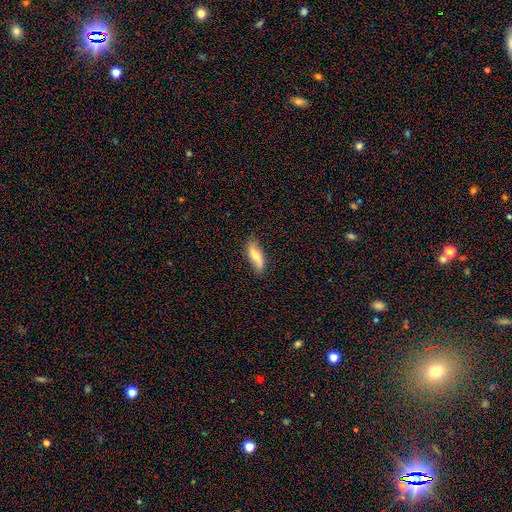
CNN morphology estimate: The model was most divided on "smooth or featured": smooth: 49%, featured or disk: 44%, star or artifact: 7%. More confident: merging — none (75%).